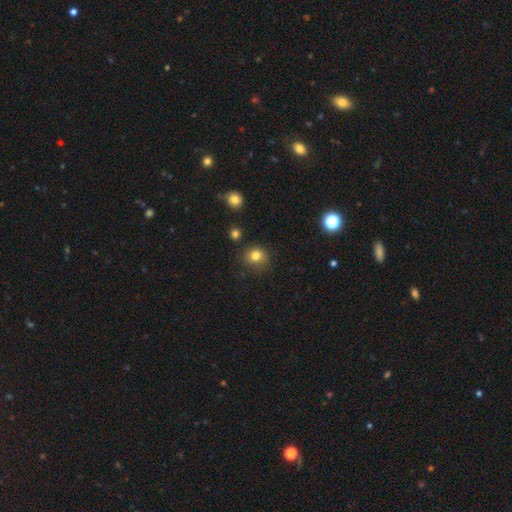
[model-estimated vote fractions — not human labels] A smooth galaxy with no disk features (80%) that is round (86%).

Vote fractions:
- Smooth or featured? smooth: 80% / star or artifact: 13% / featured or disk: 6%
- How rounded? round: 86% / in between: 13% / cigar-shaped: 1%
- Merging? none: 81% / minor disturbance: 12% / major disturbance: 3% / merger: 3%